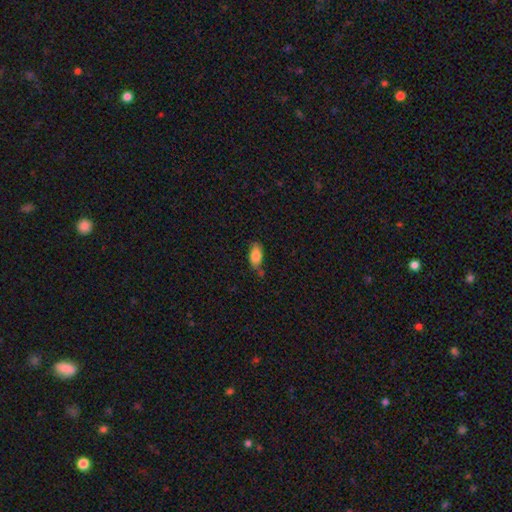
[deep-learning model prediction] Smooth or featured: smooth — 83% (featured or disk — 10%)
How rounded: in between — 89% (cigar-shaped — 7%)
Merging: none — 62% (minor disturbance — 24%)